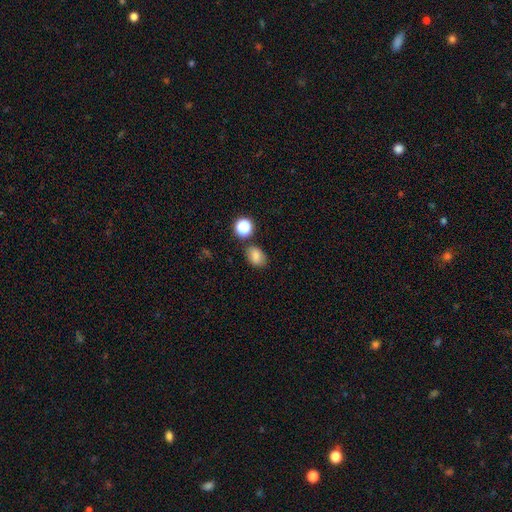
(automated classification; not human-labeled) This is clearly a smooth galaxy (81%). How rounded: likely in between (69%). Merging: likely none (74%).